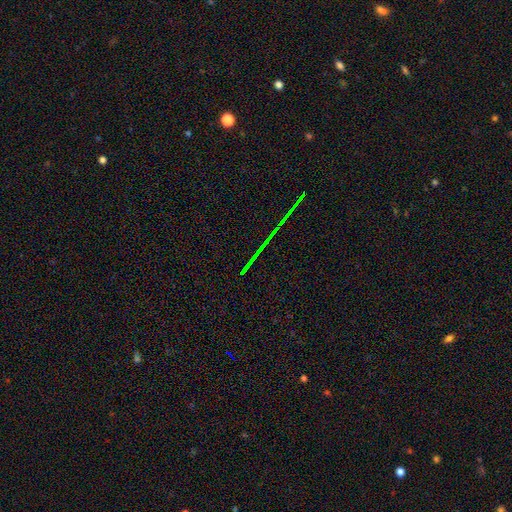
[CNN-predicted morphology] A star or artifact, not a galaxy (80%).